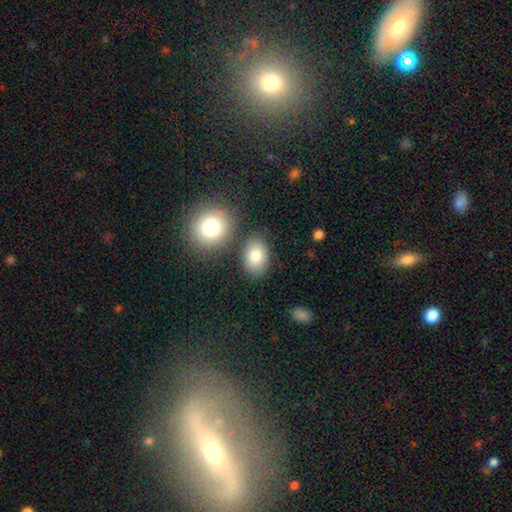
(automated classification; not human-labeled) A smooth galaxy with no disk features (81%) that is in between round and cigar-shaped (77%).

Vote fractions:
- Smooth or featured? smooth: 81% / featured or disk: 10% / star or artifact: 8%
- How rounded? in between: 77% / round: 21% / cigar-shaped: 1%
- Merging? none: 76% / minor disturbance: 11% / merger: 10% / major disturbance: 3%